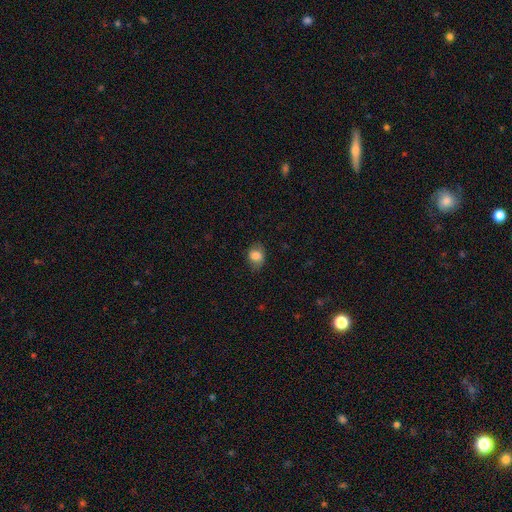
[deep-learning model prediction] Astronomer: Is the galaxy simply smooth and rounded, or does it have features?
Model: smooth — 82%.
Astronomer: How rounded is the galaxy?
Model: round — 50% (runner-up: in between, 49%).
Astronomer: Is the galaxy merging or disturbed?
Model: none — 72%.